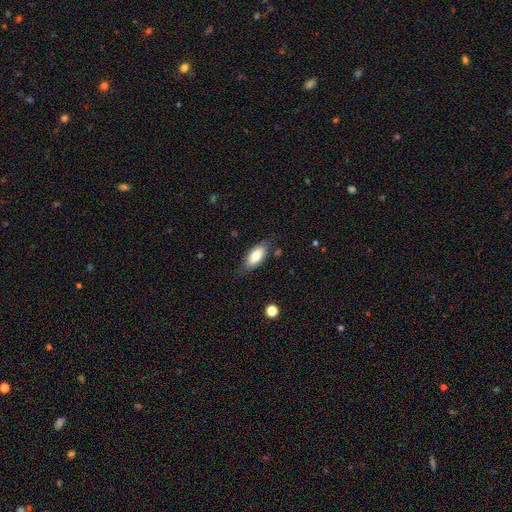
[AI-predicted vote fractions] Smooth or featured: smooth — 73% (featured or disk — 20%)
How rounded: in between — 85% (cigar-shaped — 12%)
Merging: none — 73% (minor disturbance — 20%)